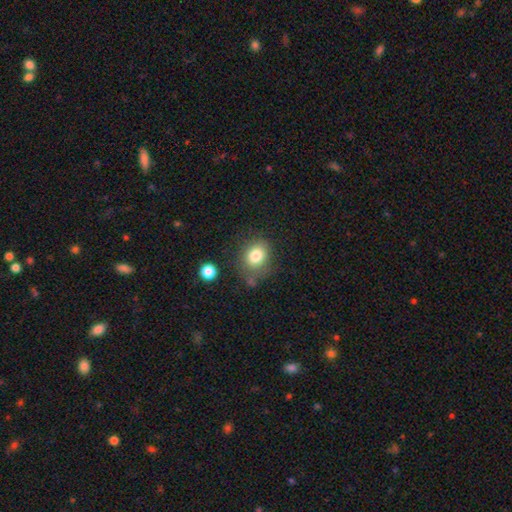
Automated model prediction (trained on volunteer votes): smooth-or-featured: smooth: 81% | star or artifact: 10% | featured or disk: 9%
  how-rounded: round: 55% | in between: 44% | cigar-shaped: 1%
  merging: none: 68% | minor disturbance: 19% | major disturbance: 7% | merger: 6%